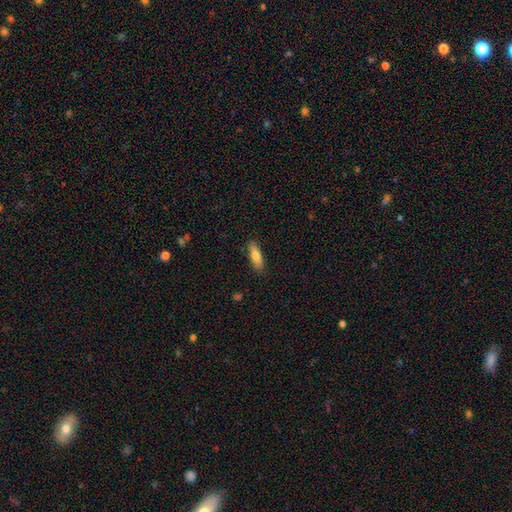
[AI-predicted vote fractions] smooth 77%, featured or disk 17%, star or artifact 6%. Down the decision tree: how rounded — in between (49%, tied with cigar-shaped); merging — none (87%).